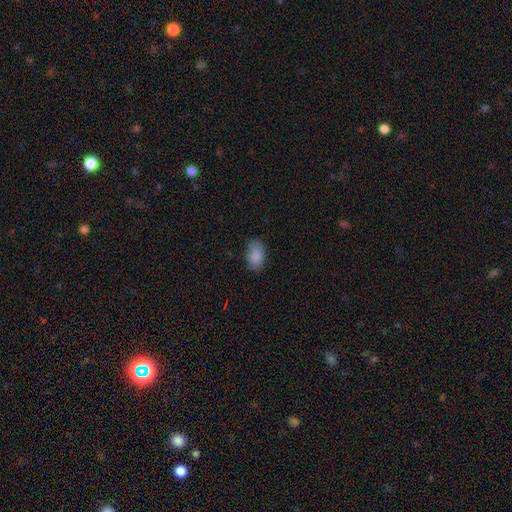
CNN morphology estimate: Overall: smooth (87%). How rounded: in between (90%). Merging: none (81%).